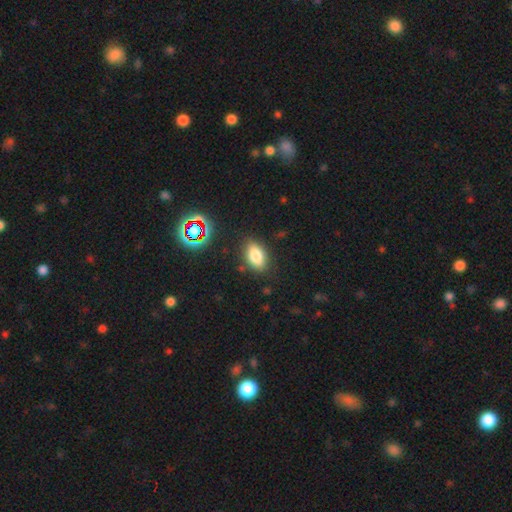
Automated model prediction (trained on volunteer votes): smooth_or_featured: smooth (p=0.77) [alt: star or artifact p=0.12]
how_rounded: in between (p=0.86) [alt: round p=0.10]
merging: none (p=0.83) [alt: minor disturbance p=0.12]